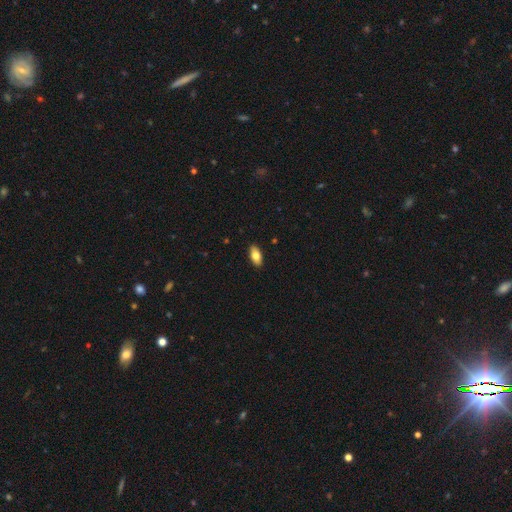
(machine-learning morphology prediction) A smooth galaxy with no disk features (79%) that is in between round and cigar-shaped (90%).

Vote fractions:
- Smooth or featured? smooth: 79% / featured or disk: 14% / star or artifact: 7%
- How rounded? in between: 90% / cigar-shaped: 7% / round: 3%
- Merging? none: 90% / minor disturbance: 7% / major disturbance: 1% / merger: 1%